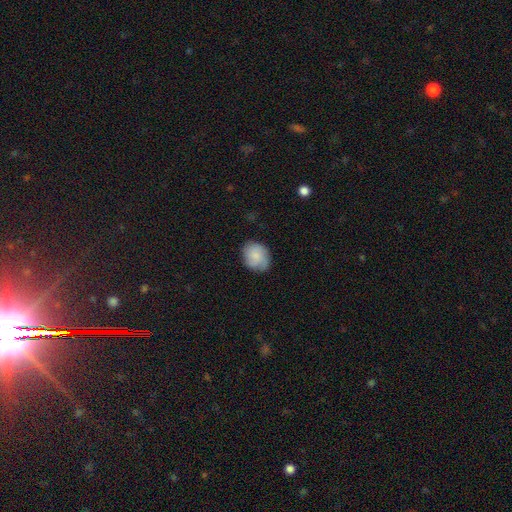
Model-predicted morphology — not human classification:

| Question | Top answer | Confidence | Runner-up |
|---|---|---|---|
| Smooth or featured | smooth | 74% | featured or disk (19%) |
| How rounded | round | 51% | in between (48%) |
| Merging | none | 71% | minor disturbance (22%) |